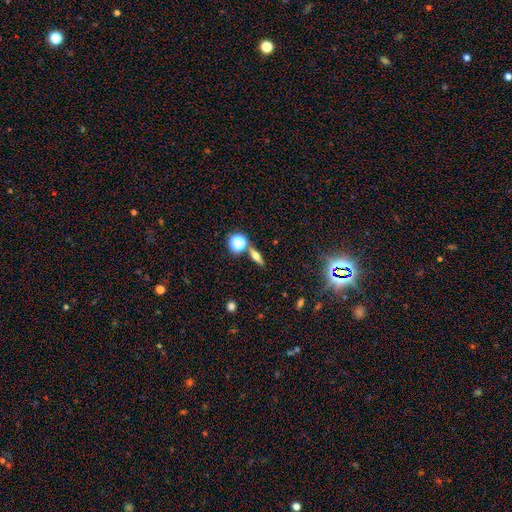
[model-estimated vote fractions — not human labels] Q: Smooth or featured?
A: smooth (45%); runner-up: featured or disk (39%)
Q: Merging?
A: none (79%); runner-up: merger (10%)